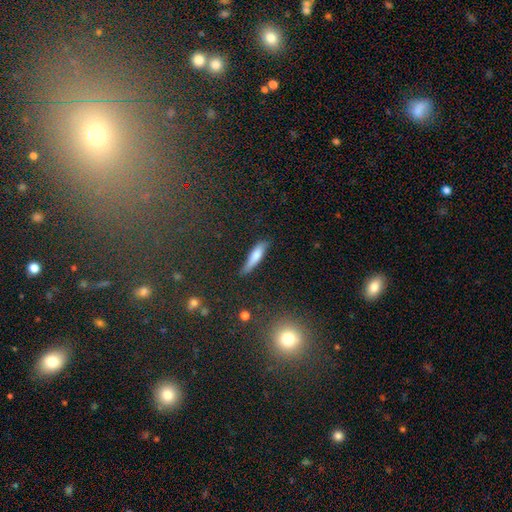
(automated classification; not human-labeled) smooth-or-featured: smooth: 72% | featured or disk: 21% | star or artifact: 7%
  how-rounded: cigar-shaped: 80% | in between: 18% | round: 2%
  merging: none: 77% | minor disturbance: 17% | major disturbance: 4% | merger: 2%